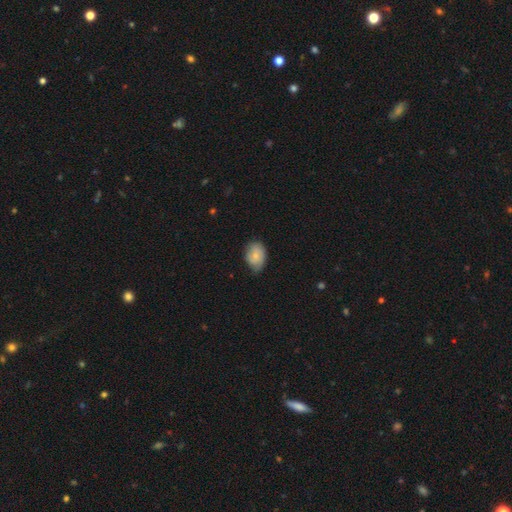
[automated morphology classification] Smooth or featured: smooth — 76% (featured or disk — 17%)
How rounded: in between — 76% (round — 23%)
Merging: none — 58% (minor disturbance — 35%)